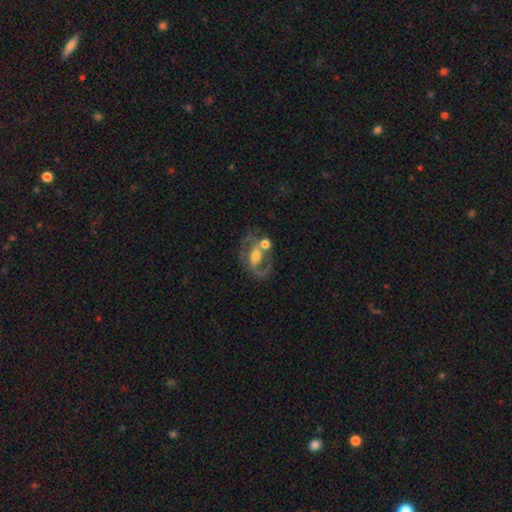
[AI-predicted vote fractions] This appears to be a featured or disk galaxy (77%) with a weak bar (39%, tied with no), 2 (64%) medium (50%) spiral arms (83%) and a moderate central bulge (56%). Merging: none (45%).